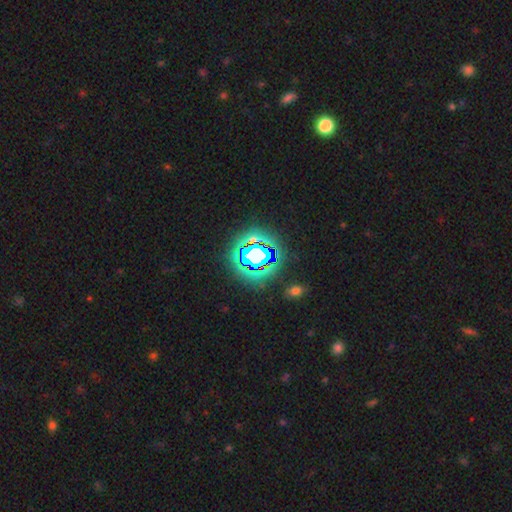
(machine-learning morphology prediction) Smooth or featured? Predicted: star or artifact (p=0.71).